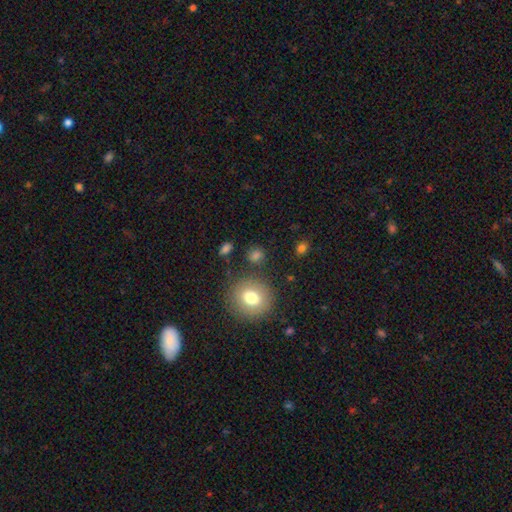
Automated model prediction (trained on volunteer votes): A smooth galaxy with no disk features (77%) that is round (80%).

Vote fractions:
- Smooth or featured? smooth: 77% / star or artifact: 15% / featured or disk: 9%
- How rounded? round: 80% / in between: 18% / cigar-shaped: 1%
- Merging? none: 79% / minor disturbance: 10% / merger: 6% / major disturbance: 4%